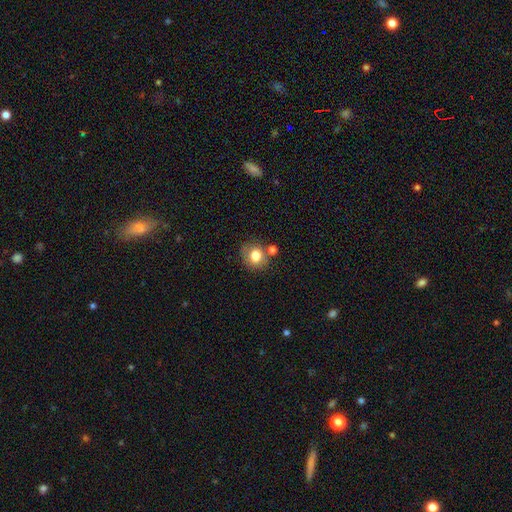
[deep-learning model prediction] smooth_or_featured: smooth (p=0.78) [alt: featured or disk p=0.12]
how_rounded: round (p=0.78) [alt: in between p=0.21]
merging: none (p=0.69) [alt: merger p=0.14]